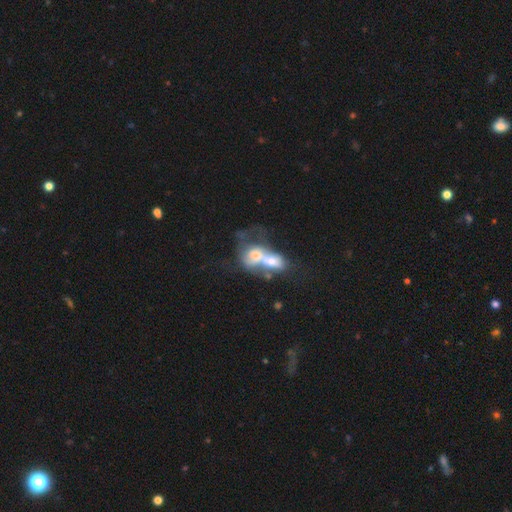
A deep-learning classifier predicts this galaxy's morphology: This appears to be a smooth galaxy with no disk features (45%, tied with featured or disk). Merging: merger (79%).